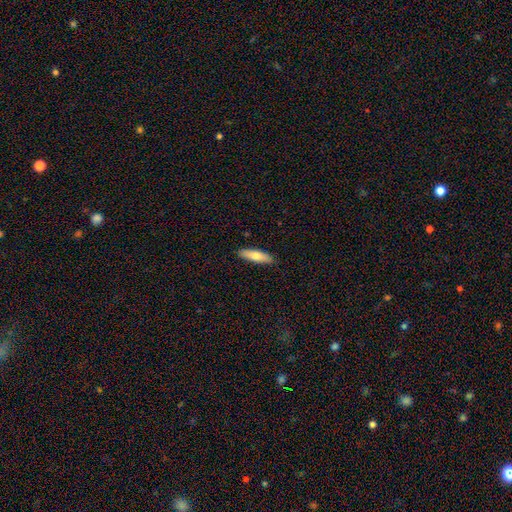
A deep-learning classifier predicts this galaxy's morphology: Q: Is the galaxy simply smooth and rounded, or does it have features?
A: smooth — 70%.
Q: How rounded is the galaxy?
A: cigar-shaped — 59%.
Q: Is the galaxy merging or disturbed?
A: none — 89%.